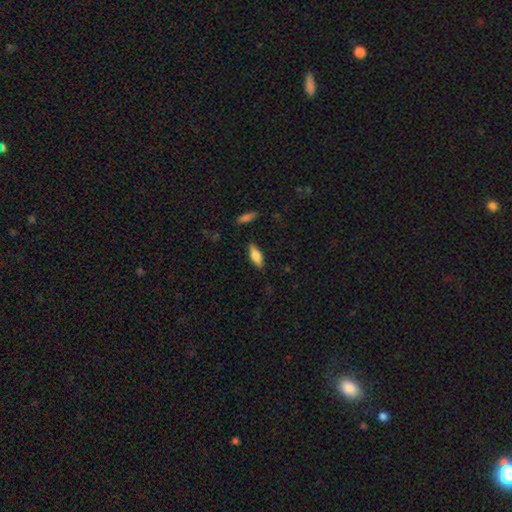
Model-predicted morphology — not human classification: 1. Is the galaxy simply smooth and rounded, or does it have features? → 71% smooth, 22% featured or disk, 7% star or artifact.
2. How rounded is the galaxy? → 71% in between, 27% cigar-shaped, 2% round.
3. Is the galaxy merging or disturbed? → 84% none, 12% minor disturbance, 3% major disturbance, 2% merger.